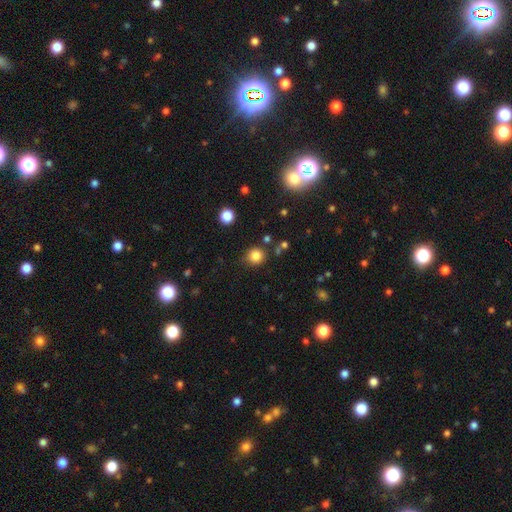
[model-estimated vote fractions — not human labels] This appears to be a smooth galaxy with no disk features (82%) that is round (89%). Merging: none (82%).